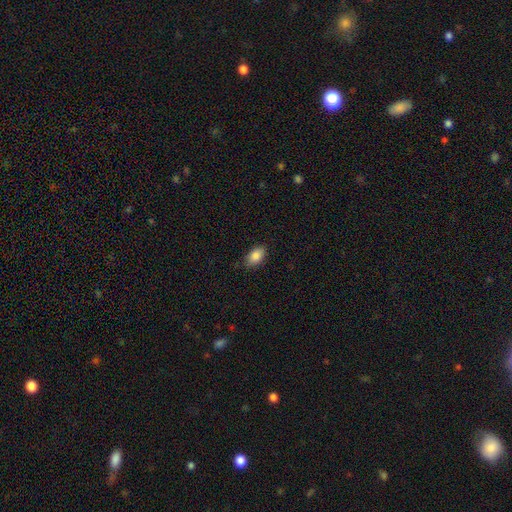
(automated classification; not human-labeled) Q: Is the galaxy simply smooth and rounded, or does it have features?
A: smooth — 85%.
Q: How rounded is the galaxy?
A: in between — 91%.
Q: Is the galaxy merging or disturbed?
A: none — 84%.